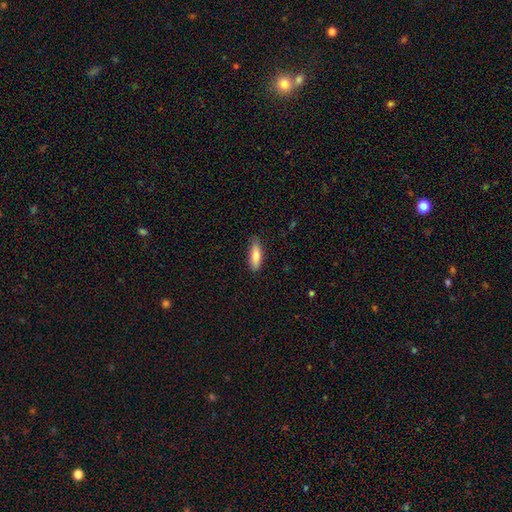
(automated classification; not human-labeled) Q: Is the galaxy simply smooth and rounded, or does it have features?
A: smooth — 83%.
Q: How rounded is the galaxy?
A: in between — 51%.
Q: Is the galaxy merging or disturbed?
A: none — 82%.